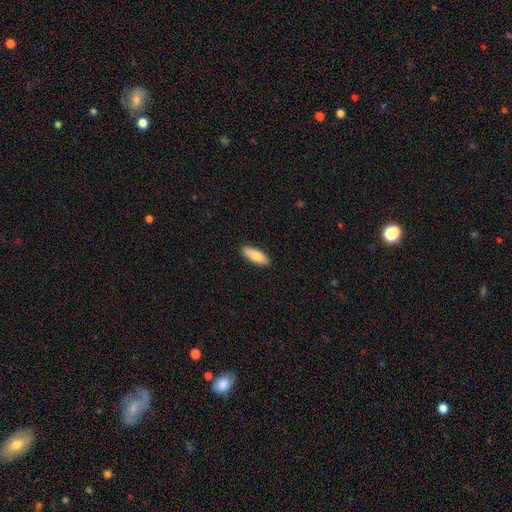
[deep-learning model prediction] smooth 82%, featured or disk 13%, star or artifact 6%. Down the decision tree: how rounded — in between (71%); merging — none (89%).